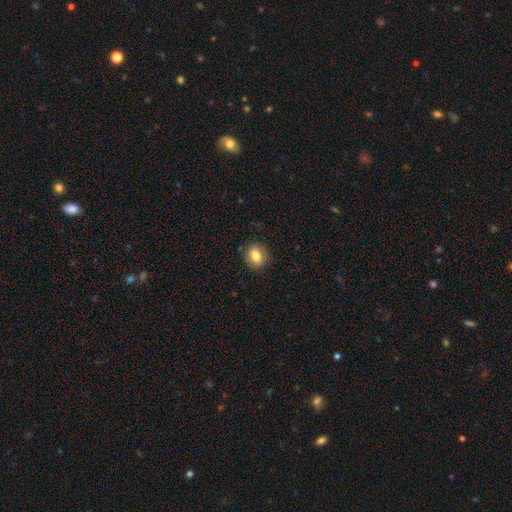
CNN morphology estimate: A smooth galaxy with no disk features (80%) that is in between round and cigar-shaped (50%).

Vote fractions:
- Smooth or featured? smooth: 80% / featured or disk: 12% / star or artifact: 9%
- How rounded? in between: 50% / round: 48% / cigar-shaped: 1%
- Merging? none: 83% / minor disturbance: 12% / major disturbance: 3% / merger: 1%